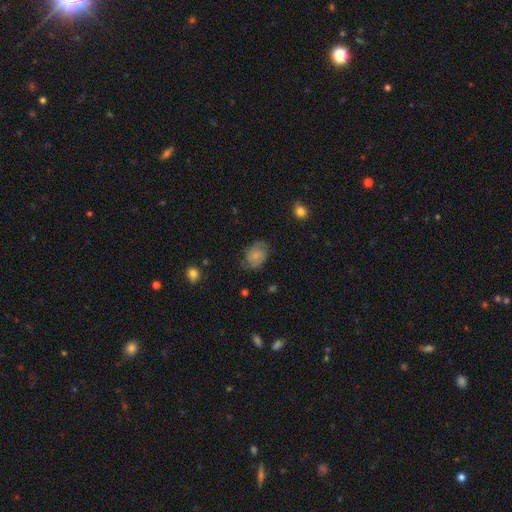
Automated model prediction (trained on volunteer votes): This appears to be a smooth galaxy with no disk features (55%) that is in between round and cigar-shaped (65%). Merging: none (62%).